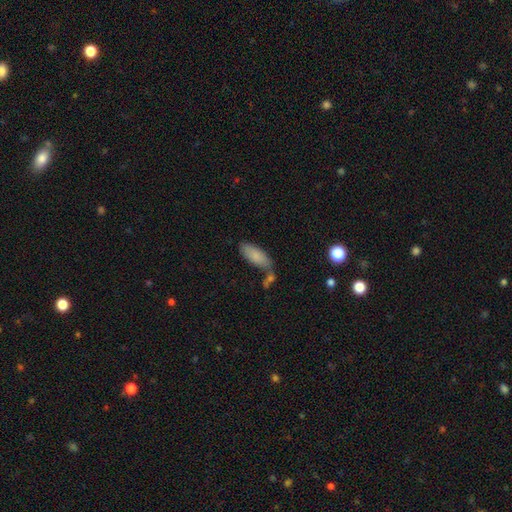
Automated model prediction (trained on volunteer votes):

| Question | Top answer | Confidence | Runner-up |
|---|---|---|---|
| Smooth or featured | smooth | 83% | featured or disk (11%) |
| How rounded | in between | 80% | cigar-shaped (18%) |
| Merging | none | 54% | minor disturbance (20%) |